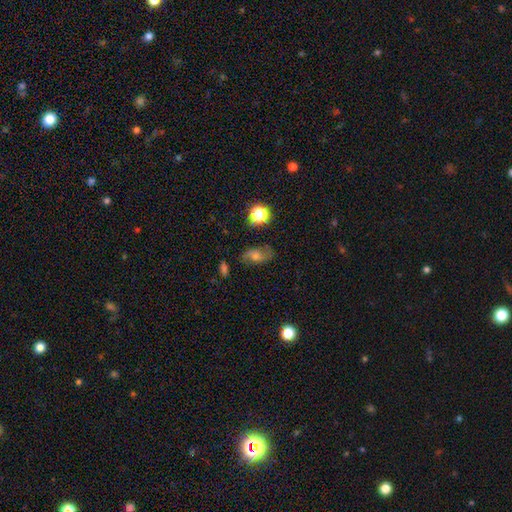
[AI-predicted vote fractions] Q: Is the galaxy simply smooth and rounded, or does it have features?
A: featured or disk — 44%.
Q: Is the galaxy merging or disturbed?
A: none — 73%.